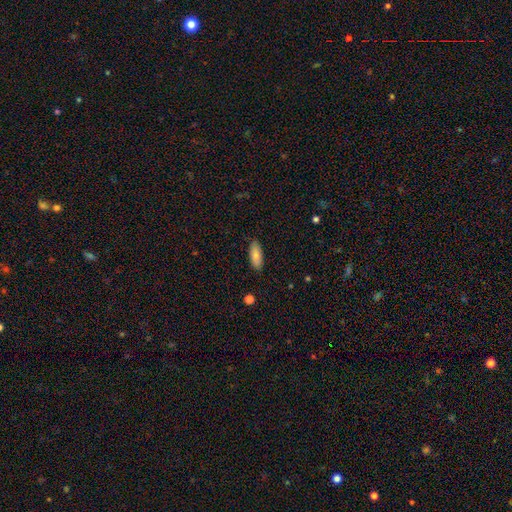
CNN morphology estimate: This appears to be a smooth galaxy with no disk features (84%) that is in between round and cigar-shaped (80%). Merging: none (87%).